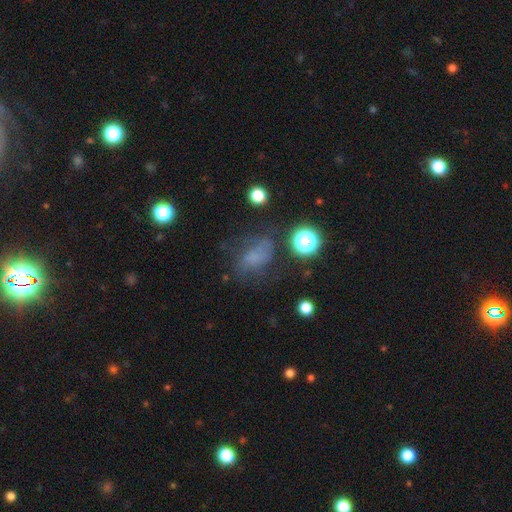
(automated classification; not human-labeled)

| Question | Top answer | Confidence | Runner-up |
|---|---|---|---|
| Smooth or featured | smooth | 48% | featured or disk (28%) |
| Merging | none | 48% | minor disturbance (24%) |